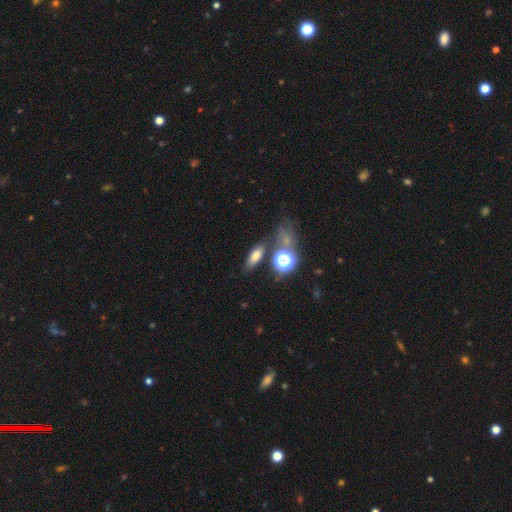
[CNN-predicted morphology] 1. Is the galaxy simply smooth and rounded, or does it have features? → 69% smooth, 18% star or artifact, 13% featured or disk.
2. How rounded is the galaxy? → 63% in between, 20% cigar-shaped, 17% round.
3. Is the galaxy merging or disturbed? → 71% none, 12% minor disturbance, 11% merger, 5% major disturbance.